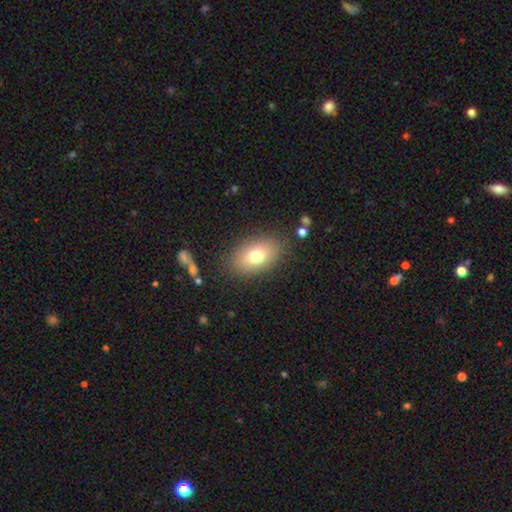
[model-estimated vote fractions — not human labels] A smooth galaxy with no disk features (74%) that is in between round and cigar-shaped (85%). Merging: none (84%).